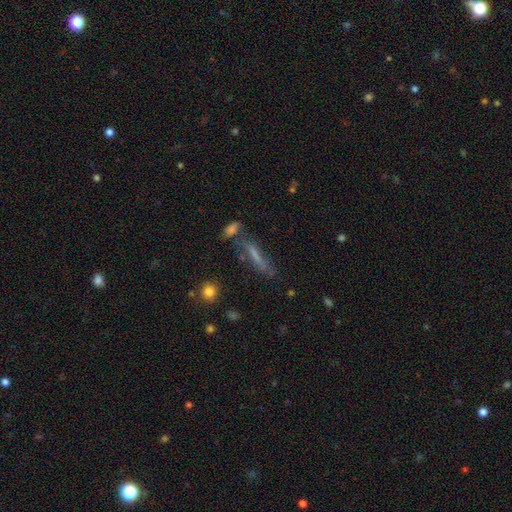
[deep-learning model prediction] Q: Smooth or featured?
A: smooth (51%); runner-up: featured or disk (33%)
Q: How rounded?
A: cigar-shaped (80%); runner-up: in between (17%)
Q: Merging?
A: none (53%); runner-up: minor disturbance (20%)